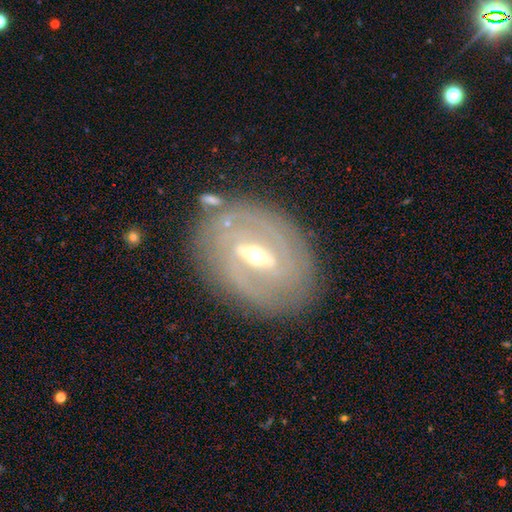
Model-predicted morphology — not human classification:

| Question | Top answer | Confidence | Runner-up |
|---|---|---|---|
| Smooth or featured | featured or disk | 83% | smooth (12%) |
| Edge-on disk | no | 90% | yes (10%) |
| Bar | strong | 55% | weak (35%) |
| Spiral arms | yes | 73% | no (27%) |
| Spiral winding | tight | 66% | medium (23%) |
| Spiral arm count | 2 | 39% | can't tell (38%) |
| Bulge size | moderate | 65% | small (29%) |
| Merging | none | 78% | minor disturbance (14%) |